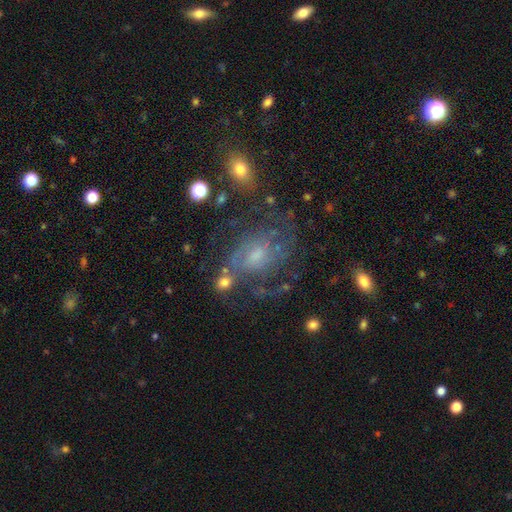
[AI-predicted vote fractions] Smooth or featured: featured or disk — 77% (smooth — 11%)
Edge-on disk: no — 97% (yes — 3%)
Bar: no — 52% (weak — 40%)
Spiral arms: yes — 91% (no — 9%)
Spiral winding: tight — 45% (medium — 42%)
Spiral arm count: 2 — 36% (can't tell — 31%)
Bulge size: small — 48% (moderate — 37%)
Merging: none — 62% (minor disturbance — 18%)